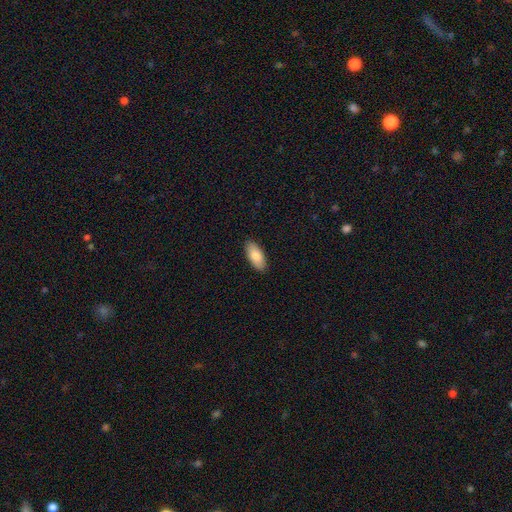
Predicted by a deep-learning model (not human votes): Smooth or featured? Predicted: smooth (p=0.86). How rounded? Predicted: in between (p=0.88). Merging? Predicted: none (p=0.89).